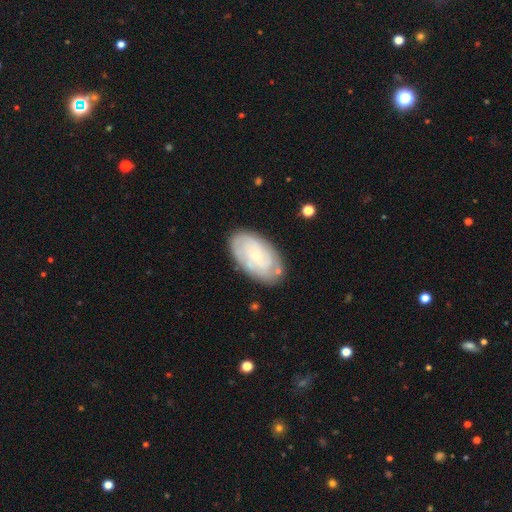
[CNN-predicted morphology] smooth_or_featured: featured or disk (p=0.60) [alt: smooth p=0.34]
disk_edge_on: no (p=0.95) [alt: yes p=0.05]
bar: no (p=0.78) [alt: weak p=0.19]
has_spiral_arms: yes (p=0.75) [alt: no p=0.25]
bulge_size: small (p=0.77) [alt: moderate p=0.17]
merging: none (p=0.76) [alt: minor disturbance p=0.17]